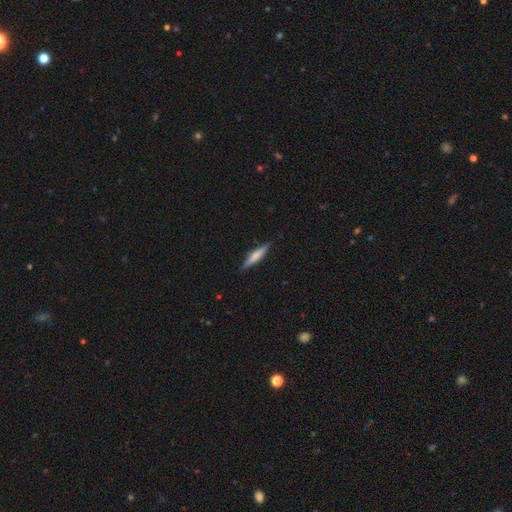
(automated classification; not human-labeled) smooth_or_featured: smooth (p=0.49) [alt: featured or disk p=0.45]
merging: none (p=0.88) [alt: minor disturbance p=0.09]